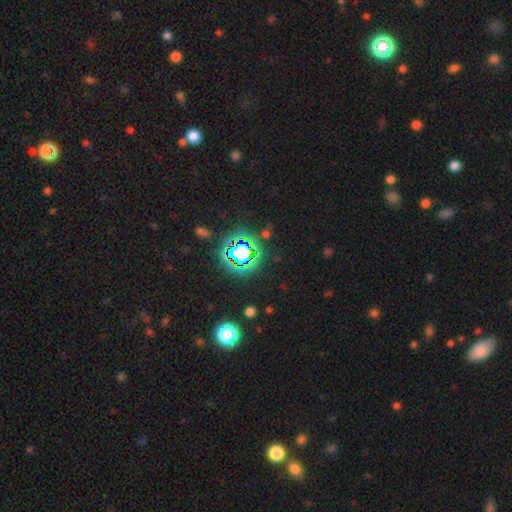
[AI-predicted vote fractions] This is likely a star or artifact rather than a galaxy (80%).